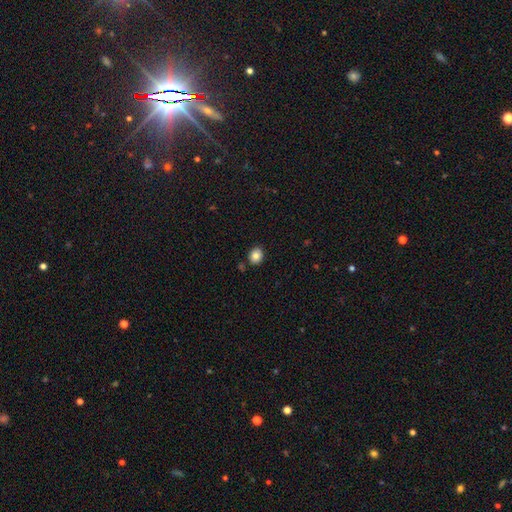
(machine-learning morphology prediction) A smooth galaxy with no disk features (83%) that is round (63%). Merging: none (86%).